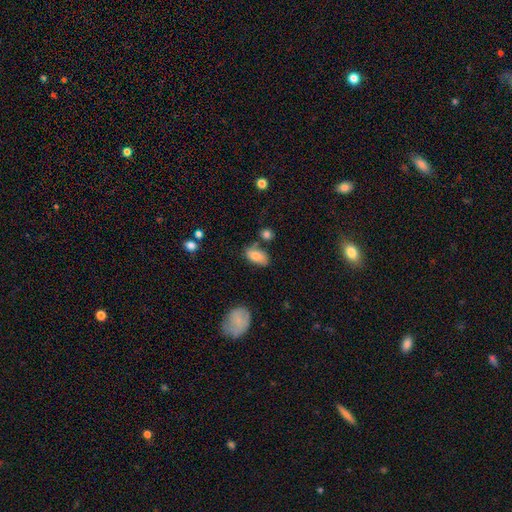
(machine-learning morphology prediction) Smooth or featured? smooth (78%)
How rounded? in between (91%)
Merging? none (60%)